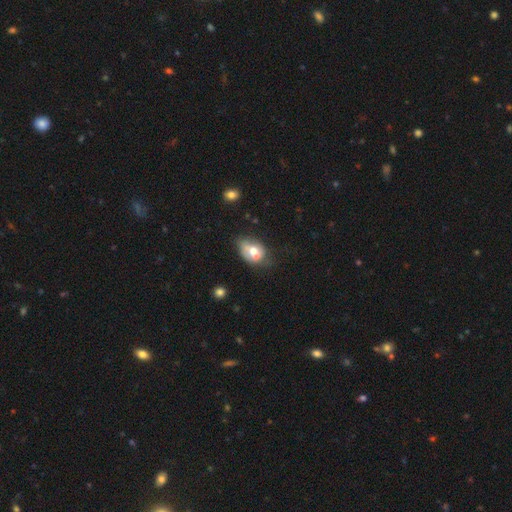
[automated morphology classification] A smooth galaxy with no disk features (56%) that is in between round and cigar-shaped (79%). Merging: none (38%).